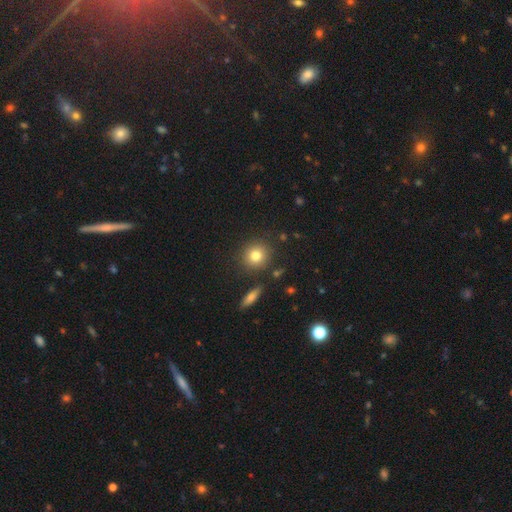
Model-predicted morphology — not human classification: The model was most divided on "smooth or featured": smooth: 80%, star or artifact: 10%, featured or disk: 9%. More confident: how rounded — round (87%); merging — none (85%).